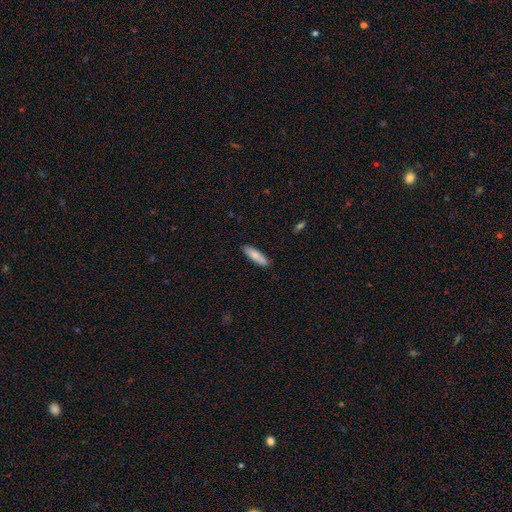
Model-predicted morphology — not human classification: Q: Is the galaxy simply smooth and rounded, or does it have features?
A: smooth — 84%.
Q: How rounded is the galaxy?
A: cigar-shaped — 61%.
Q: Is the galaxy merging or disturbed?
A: none — 89%.